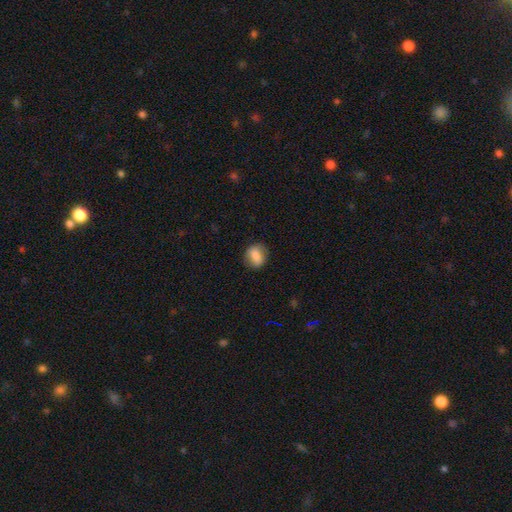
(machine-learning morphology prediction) Smooth or featured: smooth — 79% (featured or disk — 13%)
How rounded: round — 52% (in between — 46%)
Merging: none — 79% (minor disturbance — 16%)